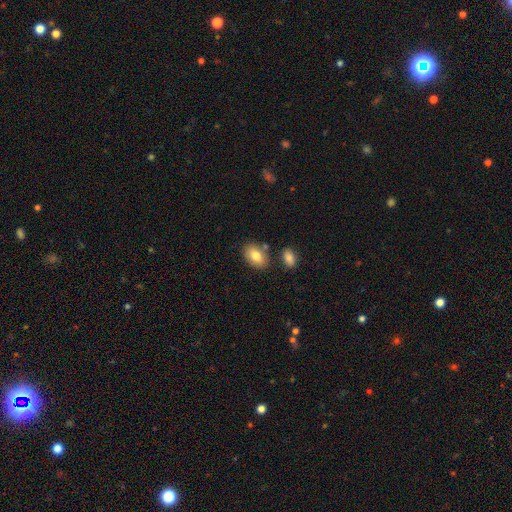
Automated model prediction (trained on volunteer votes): Smooth or featured?
  - smooth: 81% *
  - featured or disk: 12%
  - star or artifact: 7%
How rounded?
  - in between: 90% *
  - round: 9%
  - cigar-shaped: 2%
Merging?
  - none: 77% *
  - minor disturbance: 11%
  - merger: 9%
  - major disturbance: 3%